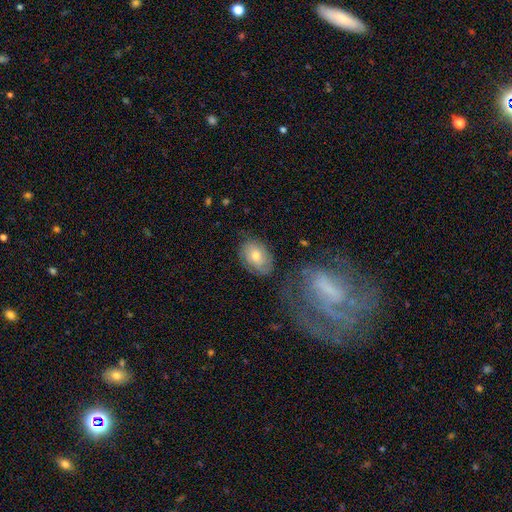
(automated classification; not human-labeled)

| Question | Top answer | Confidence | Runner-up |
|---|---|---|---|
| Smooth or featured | smooth | 56% | featured or disk (35%) |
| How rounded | in between | 79% | round (20%) |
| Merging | none | 71% | minor disturbance (18%) |